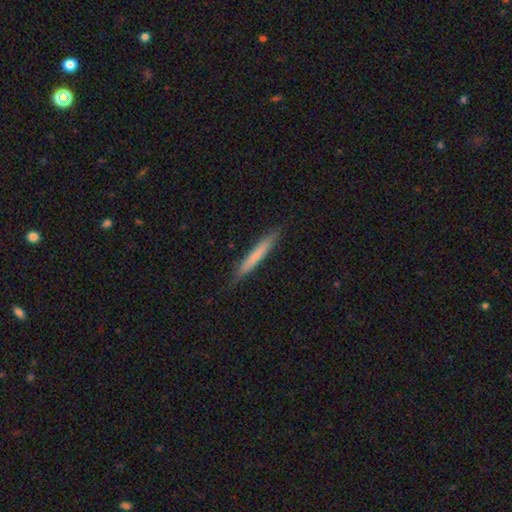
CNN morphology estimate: A smooth galaxy with no disk features (68%) that is cigar-shaped (96%). Merging: none (87%).